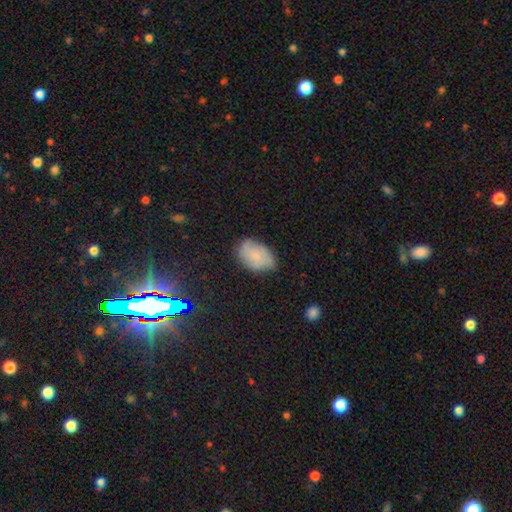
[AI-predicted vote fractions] smooth_or_featured: smooth (p=0.64) [alt: featured or disk p=0.25]
how_rounded: in between (p=0.86) [alt: round p=0.13]
merging: none (p=0.66) [alt: minor disturbance p=0.26]